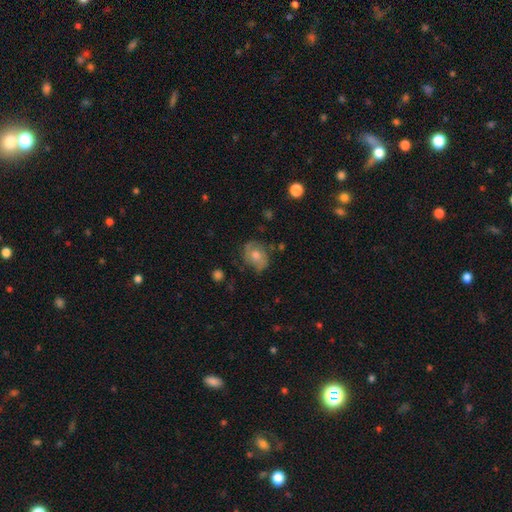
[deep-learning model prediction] smooth-or-featured: featured or disk: 51% | smooth: 38% | star or artifact: 11%
  disk-edge-on: no: 96% | yes: 4%
  merging: none: 69% | minor disturbance: 21% | major disturbance: 8% | merger: 2%